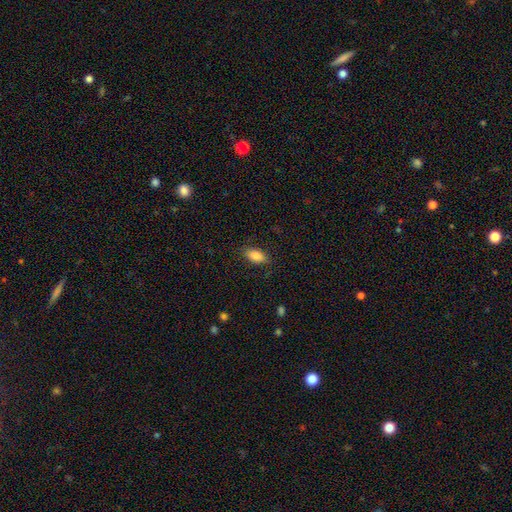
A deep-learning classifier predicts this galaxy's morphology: Overall: smooth (85%). How rounded: in between (89%). Merging: none (83%).